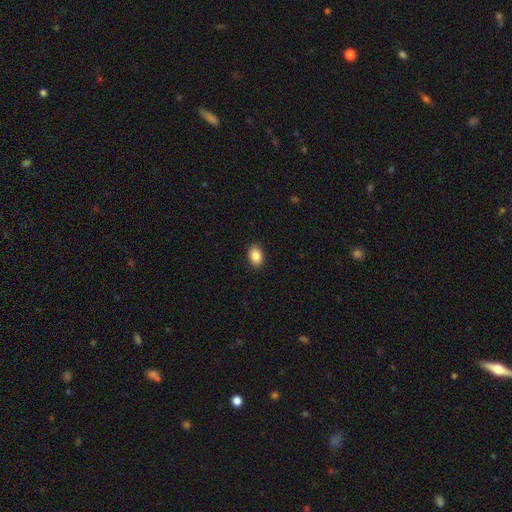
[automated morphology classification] smooth 88%, star or artifact 8%, featured or disk 5%. Down the decision tree: how rounded — in between (81%); merging — none (90%).